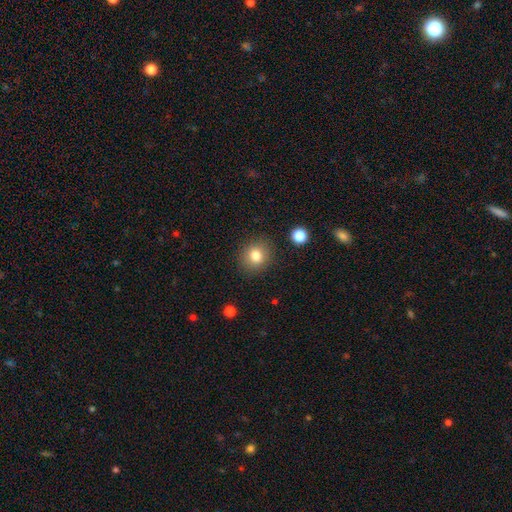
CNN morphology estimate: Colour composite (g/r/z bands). It shows a smooth galaxy with no disk features (81%) that is round (80%). Merging: none (87%).